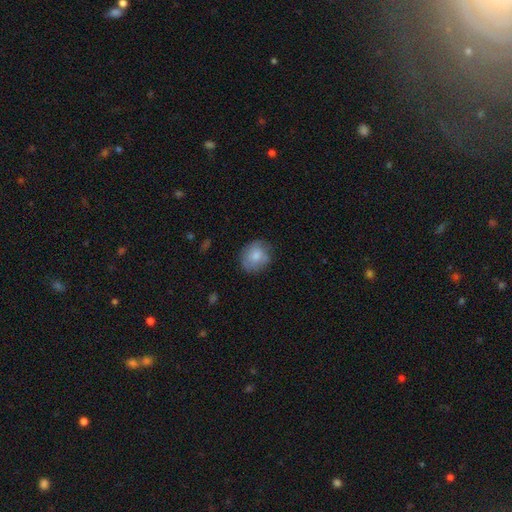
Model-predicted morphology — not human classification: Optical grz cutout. It shows a smooth galaxy with no disk features (78%) that is round (70%). Merging: none (69%).